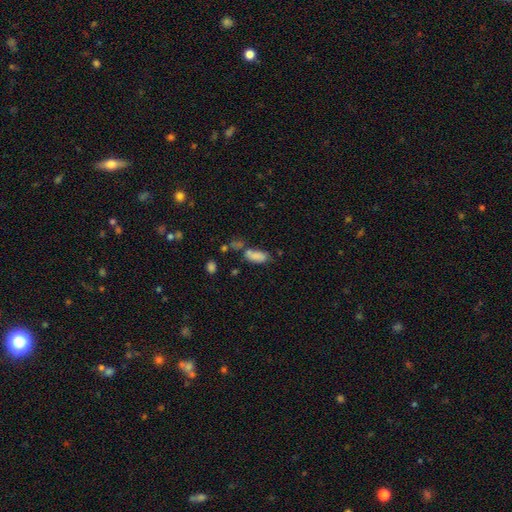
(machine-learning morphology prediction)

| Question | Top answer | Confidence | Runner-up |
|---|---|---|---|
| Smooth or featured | smooth | 80% | star or artifact (11%) |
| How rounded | in between | 84% | cigar-shaped (13%) |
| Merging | none | 42% | merger (27%) |